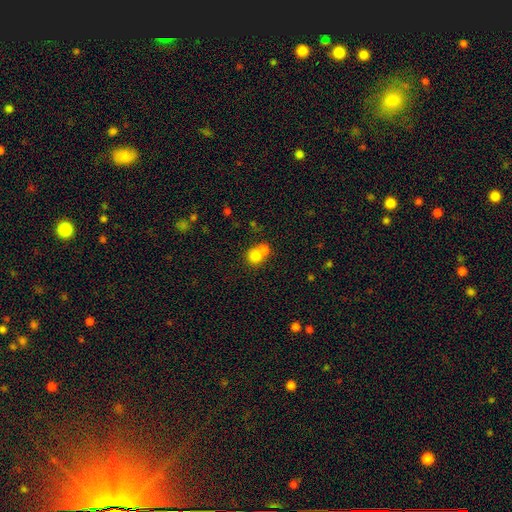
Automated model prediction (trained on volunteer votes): Smooth or featured: smooth — 77% (star or artifact — 12%)
How rounded: round — 84% (in between — 15%)
Merging: merger — 51% (none — 41%)